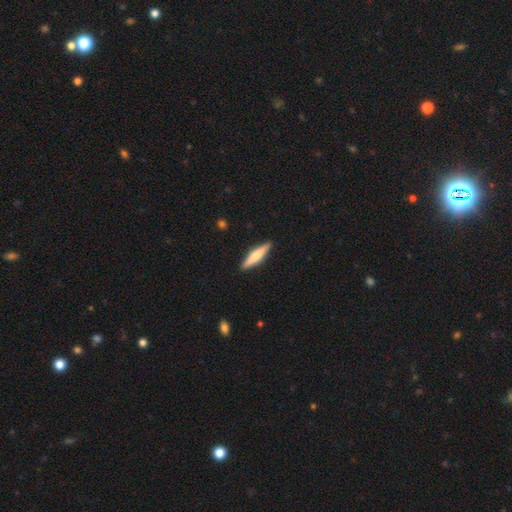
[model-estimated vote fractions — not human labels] The model was most divided on "smooth or featured": smooth: 56%, featured or disk: 39%, star or artifact: 5%. More confident: merging — none (91%); how rounded — cigar-shaped (83%).